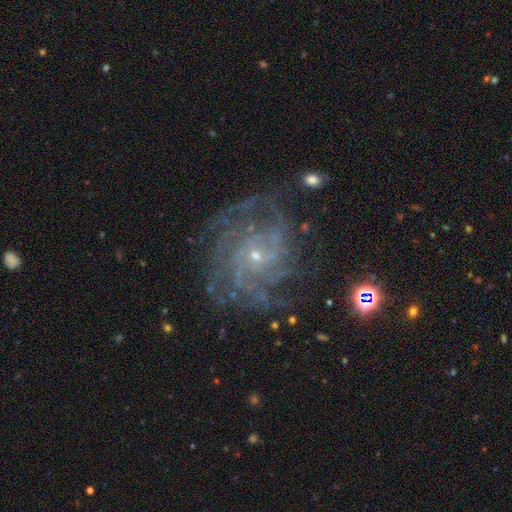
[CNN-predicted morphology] Smooth or featured?
  - featured or disk: 86% *
  - star or artifact: 9%
  - smooth: 5%
Edge-on disk?
  - no: 98% *
  - yes: 2%
Bar?
  - no: 69% *
  - weak: 24%
  - strong: 6%
Spiral arms?
  - yes: 97% *
  - no: 3%
Spiral winding?
  - tight: 63% *
  - medium: 31%
  - loose: 6%
Spiral arm count?
  - can't tell: 27% *
  - 4: 21%
  - more than 4: 16%
  - 3: 15%
  - 2: 12%
  - 1: 8%
Bulge size?
  - small: 83% *
  - moderate: 13%
  - none: 2%
  - large: 1%
  - dominant: 1%
Merging?
  - none: 74% *
  - minor disturbance: 16%
  - major disturbance: 8%
  - merger: 2%